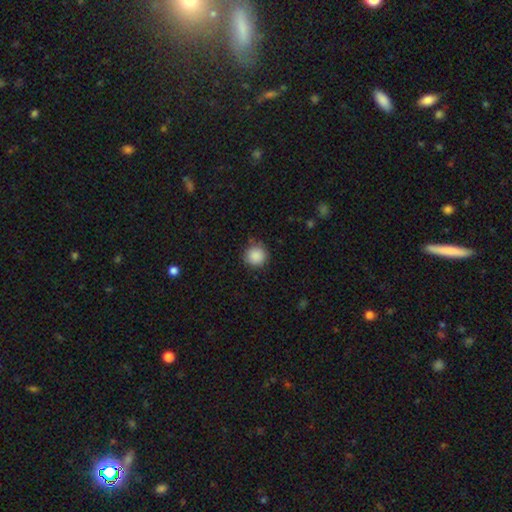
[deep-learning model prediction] Smooth or featured? smooth (88%)
How rounded? round (94%)
Merging? none (86%)